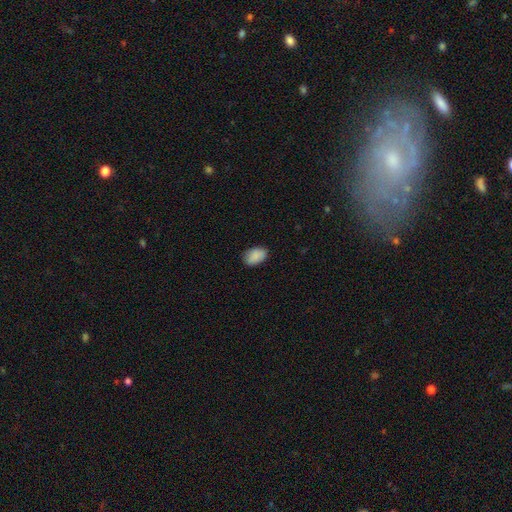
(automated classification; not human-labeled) smooth 88%, star or artifact 7%, featured or disk 5%. Down the decision tree: how rounded — in between (88%); merging — none (83%).